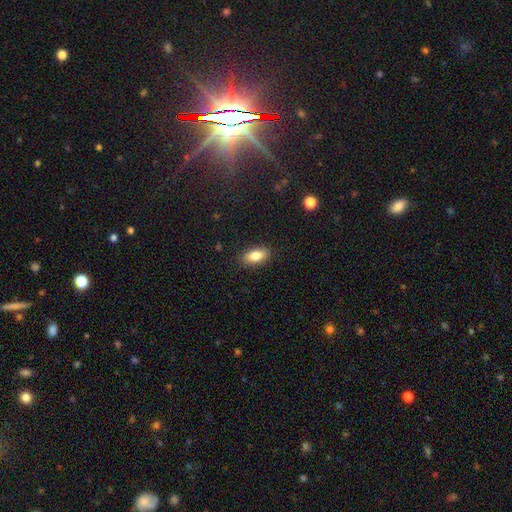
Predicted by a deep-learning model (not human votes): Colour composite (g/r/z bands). It shows a smooth galaxy with no disk features (83%) that is in between round and cigar-shaped (90%). Merging: none (88%).